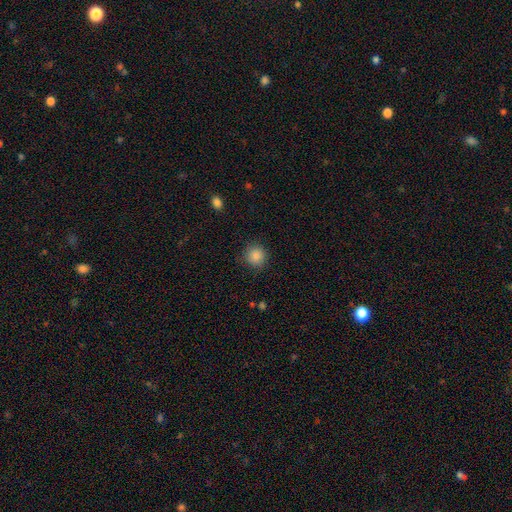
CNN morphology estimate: This appears to be a smooth galaxy with no disk features (87%) that is round (92%). Merging: none (87%).